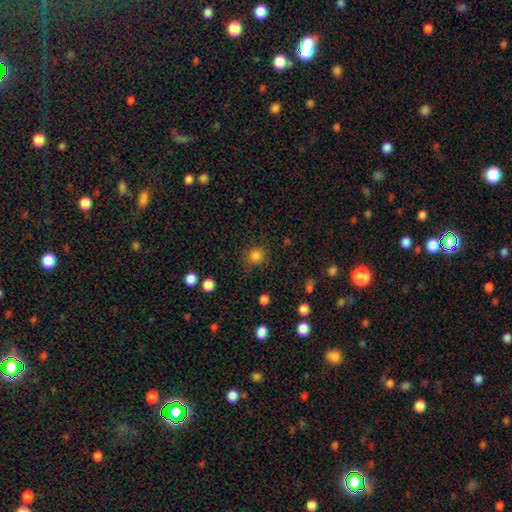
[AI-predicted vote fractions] This is clearly a smooth galaxy (83%). How rounded: clearly round (87%). Merging: clearly none (83%).